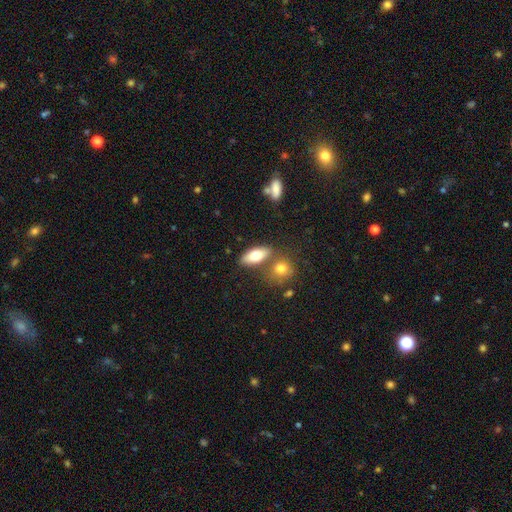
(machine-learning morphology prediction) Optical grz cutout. It shows a smooth galaxy with no disk features (75%) that is in between round and cigar-shaped (81%). Merging: none (65%).